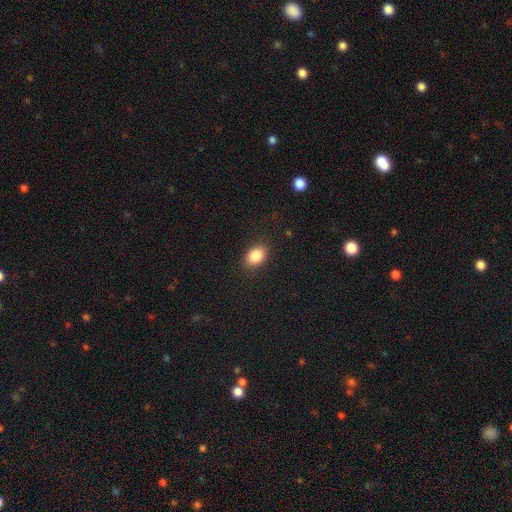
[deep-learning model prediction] Smooth or featured?
  - smooth: 86% *
  - star or artifact: 9%
  - featured or disk: 6%
How rounded?
  - in between: 78% *
  - round: 21%
  - cigar-shaped: 1%
Merging?
  - none: 86% *
  - minor disturbance: 10%
  - major disturbance: 3%
  - merger: 1%